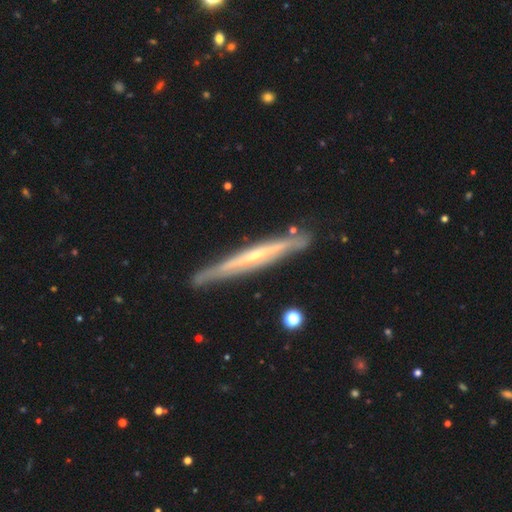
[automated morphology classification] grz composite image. It shows a featured or disk galaxy (77%) viewed edge-on (94%) with no central bulge (48%). Merging: none (82%).